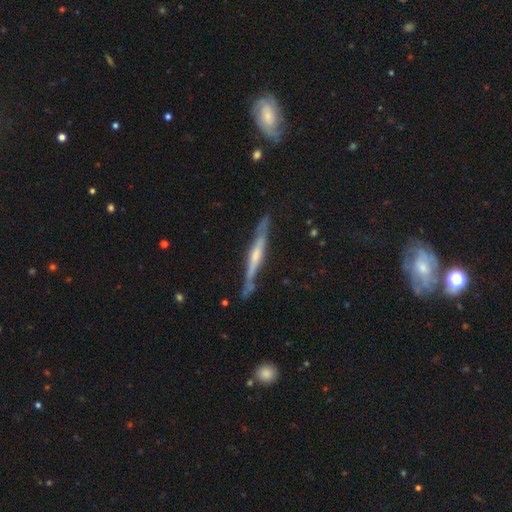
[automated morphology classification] Q: Smooth or featured?
A: featured or disk (72%); runner-up: smooth (22%)
Q: Edge-on disk?
A: yes (95%); runner-up: no (5%)
Q: Edge-on bulge?
A: rounded (44%); runner-up: none (34%)
Q: Merging?
A: none (79%); runner-up: minor disturbance (16%)